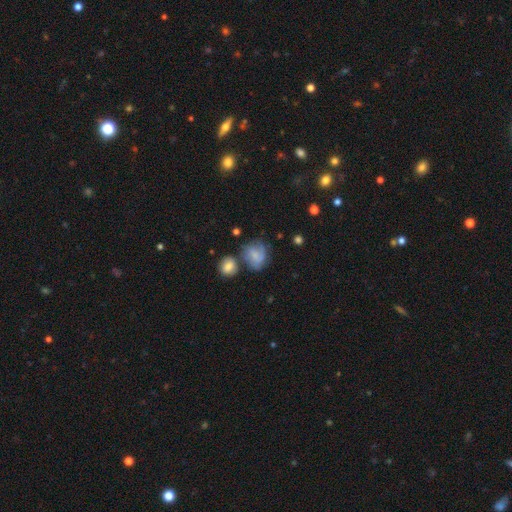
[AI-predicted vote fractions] smooth_or_featured: smooth (p=0.50) [alt: featured or disk p=0.41]
merging: none (p=0.48) [alt: minor disturbance p=0.24]